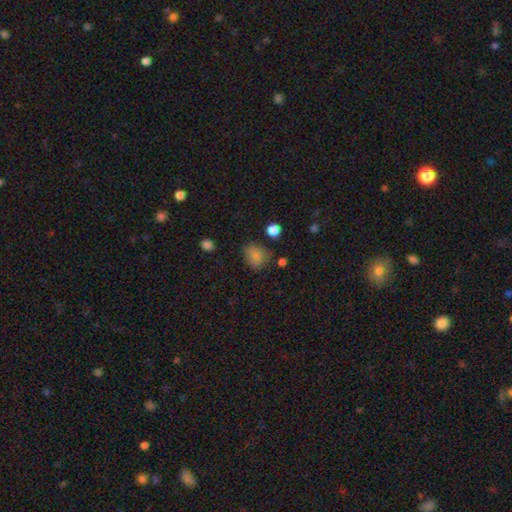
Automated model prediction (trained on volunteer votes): Smooth or featured? smooth (78%)
How rounded? in between (54%)
Merging? none (64%)